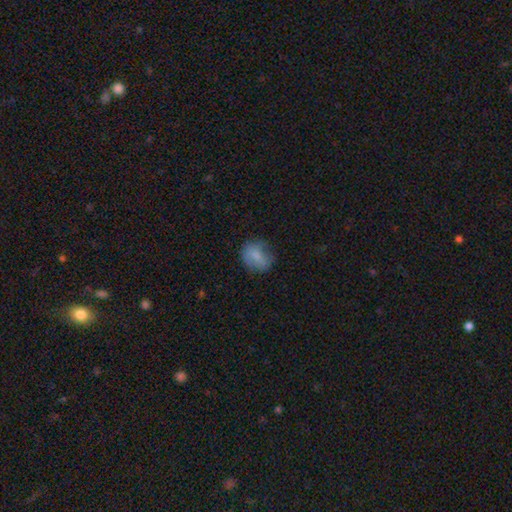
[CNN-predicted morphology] A smooth galaxy with no disk features (75%) that is round (58%). Merging: none (68%).